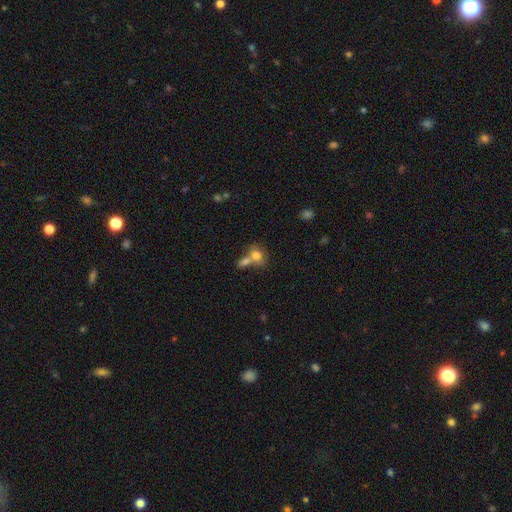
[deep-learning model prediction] Q: Smooth or featured?
A: smooth (75%); runner-up: featured or disk (14%)
Q: How rounded?
A: in between (57%); runner-up: round (40%)
Q: Merging?
A: merger (56%); runner-up: none (30%)